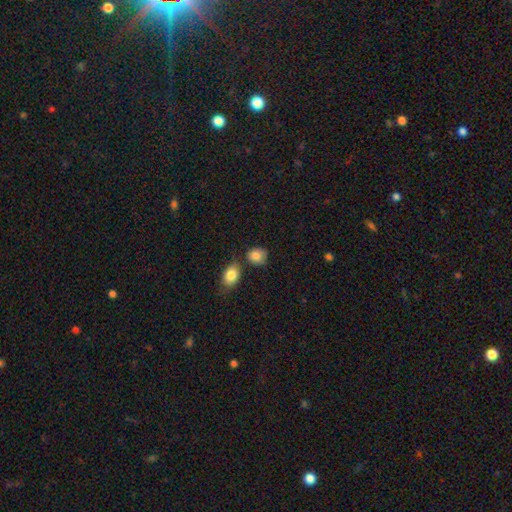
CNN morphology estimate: Smooth or featured? smooth (84%)
How rounded? round (62%)
Merging? none (61%)